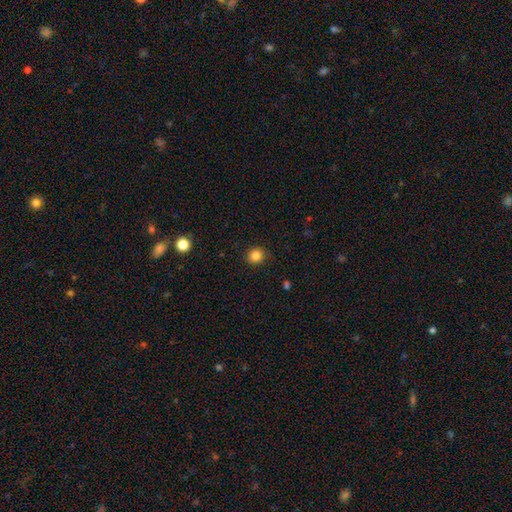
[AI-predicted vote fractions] A smooth galaxy with no disk features (84%) that is round (87%).

Vote fractions:
- Smooth or featured? smooth: 84% / star or artifact: 11% / featured or disk: 5%
- How rounded? round: 87% / in between: 12% / cigar-shaped: 1%
- Merging? none: 87% / minor disturbance: 9% / major disturbance: 2% / merger: 1%